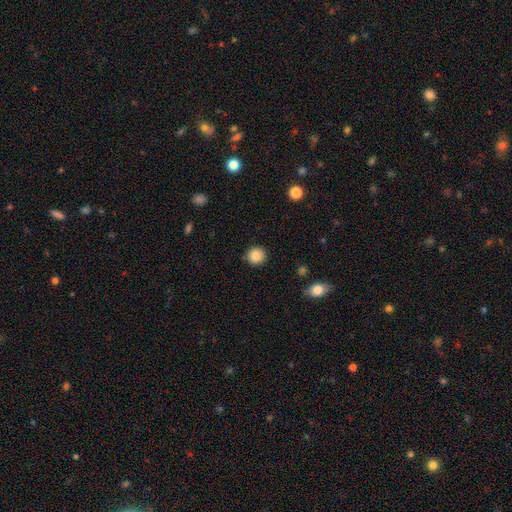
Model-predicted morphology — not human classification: Smooth or featured: smooth — 87% (star or artifact — 9%)
How rounded: round — 92% (in between — 7%)
Merging: none — 90% (minor disturbance — 7%)